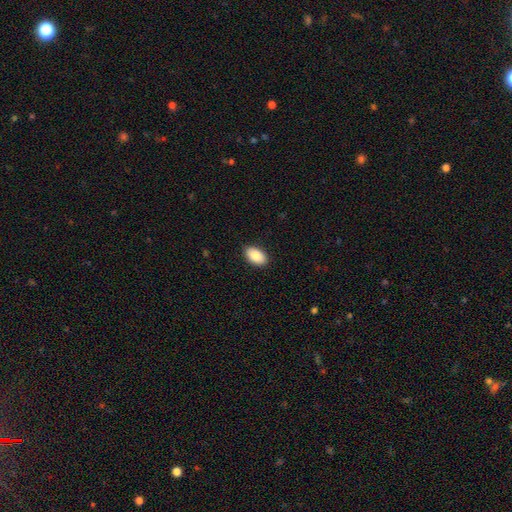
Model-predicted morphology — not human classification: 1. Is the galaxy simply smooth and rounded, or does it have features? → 88% smooth, 7% star or artifact, 5% featured or disk.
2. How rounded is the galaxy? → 93% in between, 5% round, 1% cigar-shaped.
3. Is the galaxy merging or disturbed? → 89% none, 8% minor disturbance, 2% major disturbance, 1% merger.